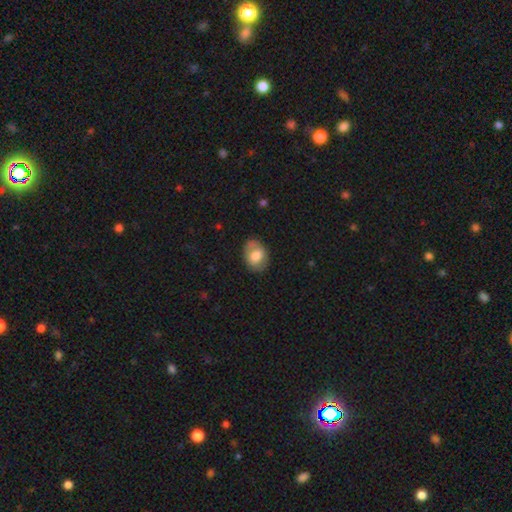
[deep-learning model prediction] Overall: smooth (70%). How rounded: in between (67%; round 32%). Merging: none (69%).